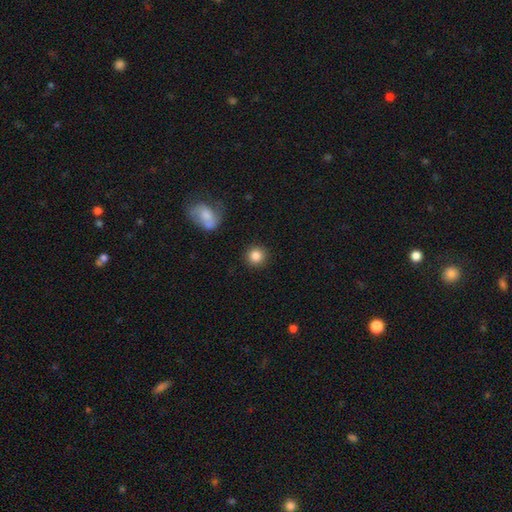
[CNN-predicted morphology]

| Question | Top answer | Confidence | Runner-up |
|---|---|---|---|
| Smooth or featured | smooth | 86% | star or artifact (9%) |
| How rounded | round | 93% | in between (6%) |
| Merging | none | 91% | minor disturbance (6%) |